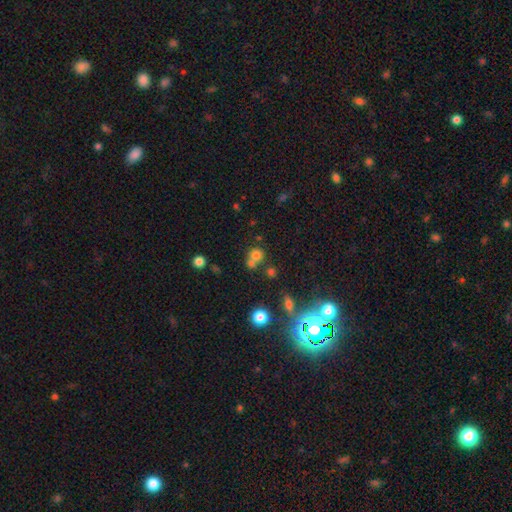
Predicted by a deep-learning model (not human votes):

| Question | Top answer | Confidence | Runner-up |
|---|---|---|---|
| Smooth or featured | smooth | 71% | star or artifact (18%) |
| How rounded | round | 83% | in between (16%) |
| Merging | none | 46% | merger (42%) |